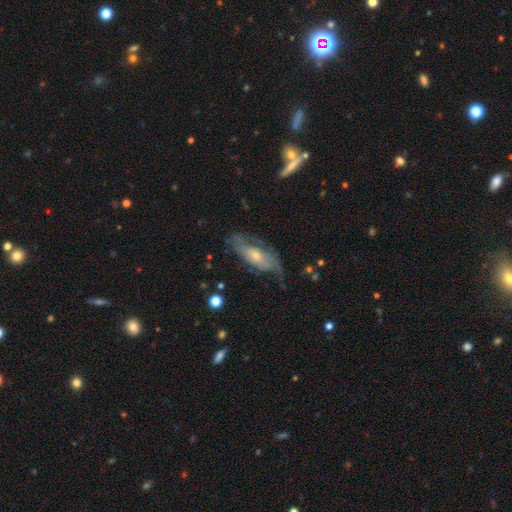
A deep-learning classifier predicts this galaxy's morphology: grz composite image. It shows a featured or disk galaxy (67%) with no bar (70%), spiral arms (79%) and a small central bulge (46%). Merging: none (54%).